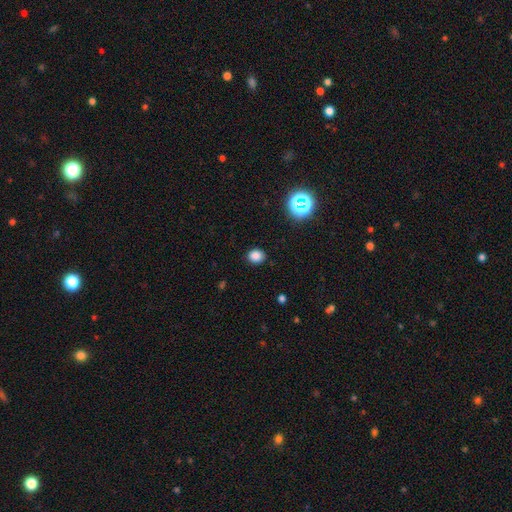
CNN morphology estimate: A smooth galaxy with no disk features (82%) that is round (60%).

Vote fractions:
- Smooth or featured? smooth: 82% / star or artifact: 14% / featured or disk: 4%
- How rounded? round: 60% / in between: 39% / cigar-shaped: 1%
- Merging? none: 88% / minor disturbance: 8% / major disturbance: 2% / merger: 1%